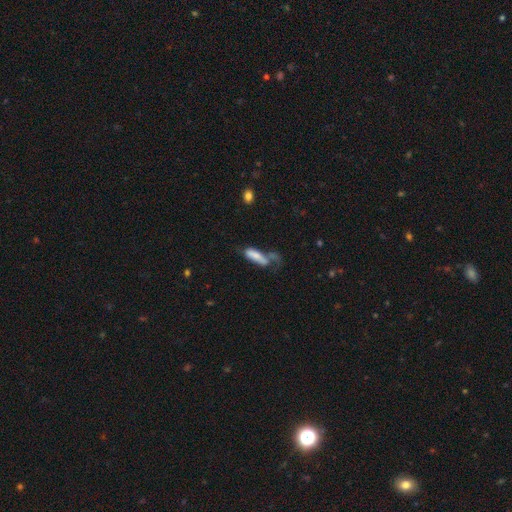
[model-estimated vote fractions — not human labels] Overall: smooth (70%). How rounded: in between (49%, tied with cigar-shaped). Merging: major disturbance (33%; none 26%).